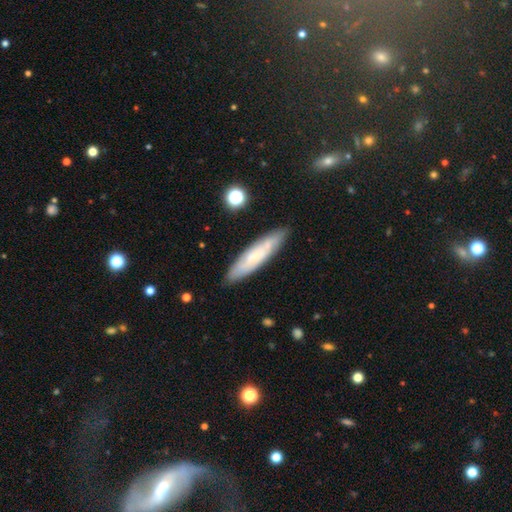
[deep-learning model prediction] A smooth galaxy with no disk features (59%) that is cigar-shaped (81%).

Vote fractions:
- Smooth or featured? smooth: 59% / featured or disk: 34% / star or artifact: 7%
- How rounded? cigar-shaped: 81% / in between: 18% / round: 1%
- Merging? none: 86% / minor disturbance: 10% / major disturbance: 2% / merger: 2%